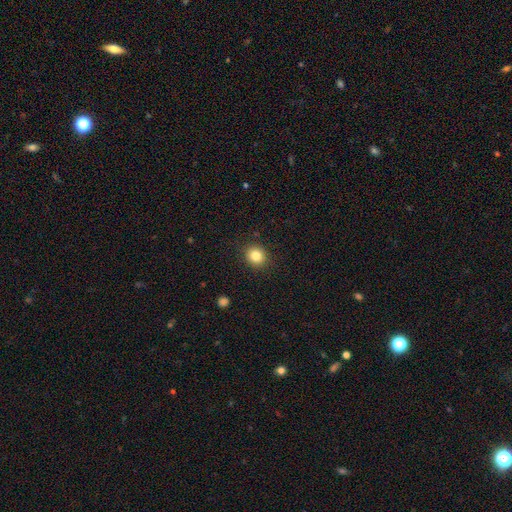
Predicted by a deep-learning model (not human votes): Overall: smooth (83%). How rounded: round (82%). Merging: none (90%).